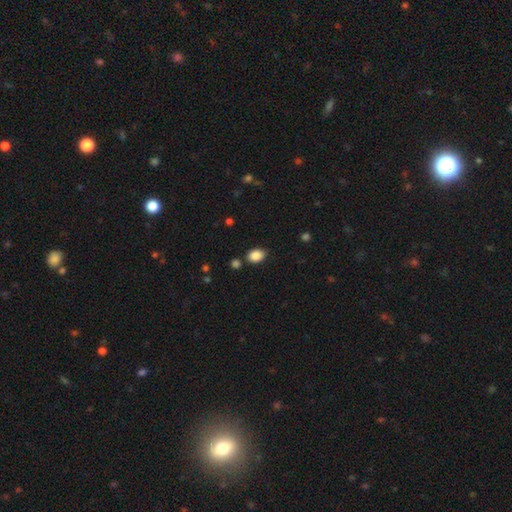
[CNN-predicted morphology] Smooth or featured?
  - smooth: 87% *
  - star or artifact: 9%
  - featured or disk: 4%
How rounded?
  - in between: 74% *
  - round: 25%
  - cigar-shaped: 1%
Merging?
  - none: 81% *
  - minor disturbance: 11%
  - merger: 5%
  - major disturbance: 3%